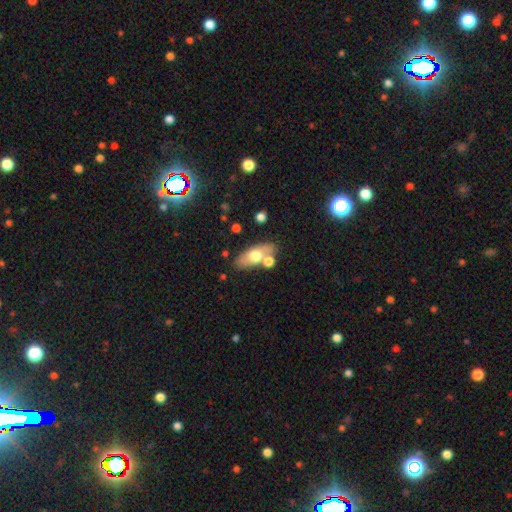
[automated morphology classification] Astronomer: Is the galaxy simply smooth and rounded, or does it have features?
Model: smooth — 58% (runner-up: featured or disk, 36%).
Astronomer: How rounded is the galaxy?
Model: in between — 78%.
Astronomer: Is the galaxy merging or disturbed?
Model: none — 69%.